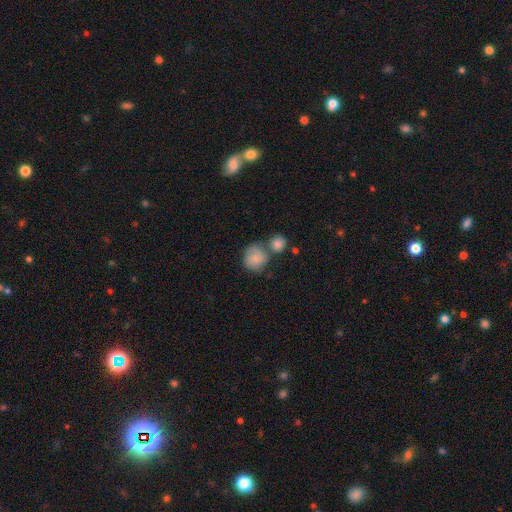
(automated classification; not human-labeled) Smooth or featured? smooth (74%)
How rounded? round (83%)
Merging? none (45%)